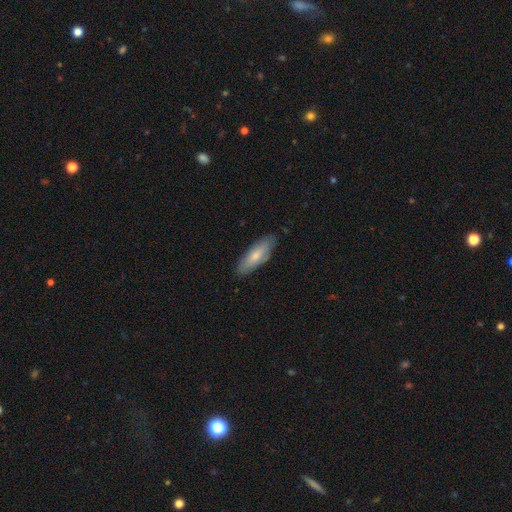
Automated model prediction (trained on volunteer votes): This appears to be a smooth galaxy with no disk features (70%) that is in between round and cigar-shaped (58%). Merging: none (81%).